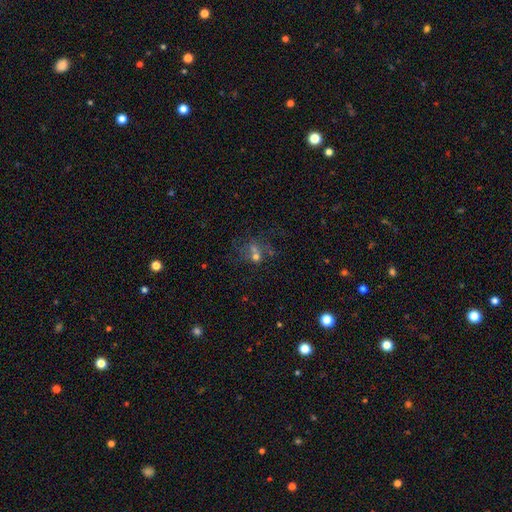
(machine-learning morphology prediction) smooth 42%, featured or disk 33%, star or artifact 26%. Down the decision tree: merging — merger (39%).